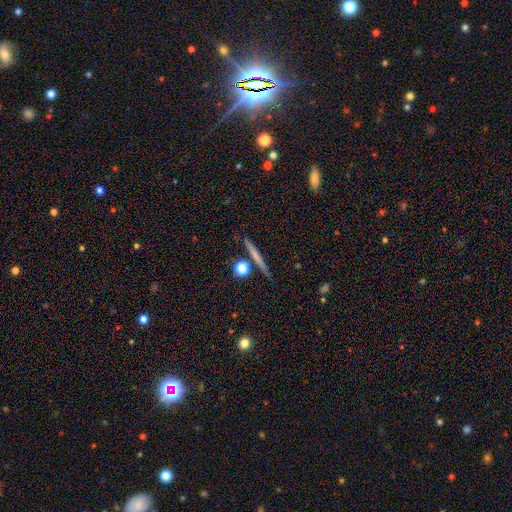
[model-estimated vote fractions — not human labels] smooth 54%, featured or disk 38%, star or artifact 8%. Down the decision tree: how rounded — cigar-shaped (86%); merging — none (85%).